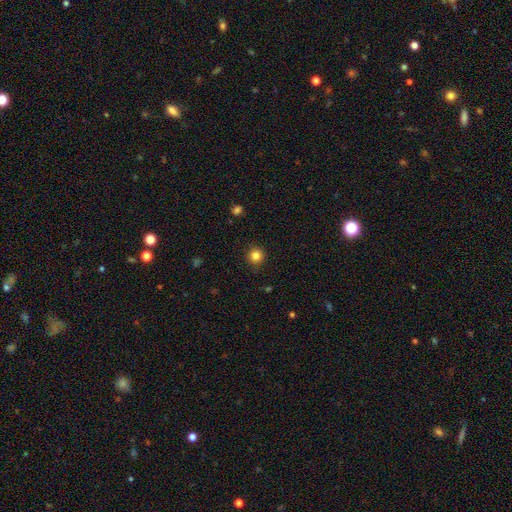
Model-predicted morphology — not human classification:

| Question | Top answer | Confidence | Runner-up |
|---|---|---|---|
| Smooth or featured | smooth | 83% | star or artifact (12%) |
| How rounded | round | 95% | in between (5%) |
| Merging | none | 91% | minor disturbance (6%) |